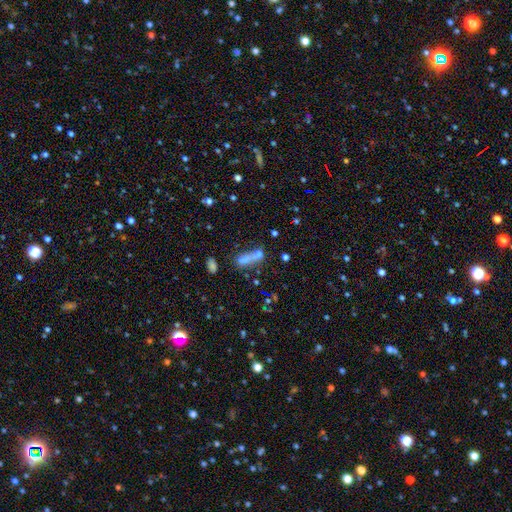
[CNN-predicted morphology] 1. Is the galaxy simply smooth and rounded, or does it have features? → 63% smooth, 21% featured or disk, 16% star or artifact.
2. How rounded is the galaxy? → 51% in between, 40% cigar-shaped, 9% round.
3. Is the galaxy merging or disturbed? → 43% merger, 31% none, 14% minor disturbance, 13% major disturbance.